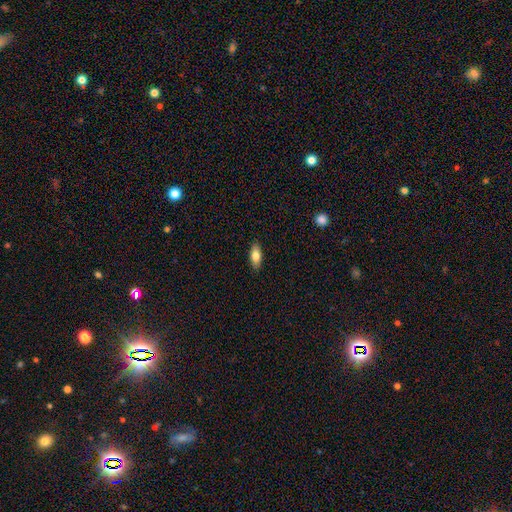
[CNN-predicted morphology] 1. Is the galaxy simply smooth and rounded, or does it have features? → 80% smooth, 13% featured or disk, 7% star or artifact.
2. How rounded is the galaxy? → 83% in between, 15% cigar-shaped, 3% round.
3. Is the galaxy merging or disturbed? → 88% none, 9% minor disturbance, 2% major disturbance, 1% merger.